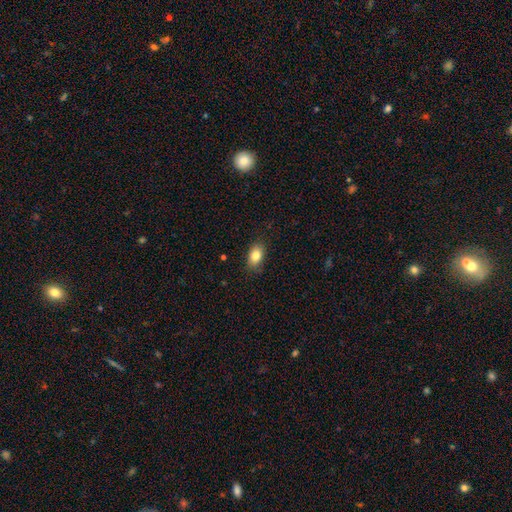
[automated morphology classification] The model was most divided on "merging": none: 86%, minor disturbance: 11%, major disturbance: 2%, merger: 1%. More confident: how rounded — in between (88%); smooth or featured — smooth (83%).